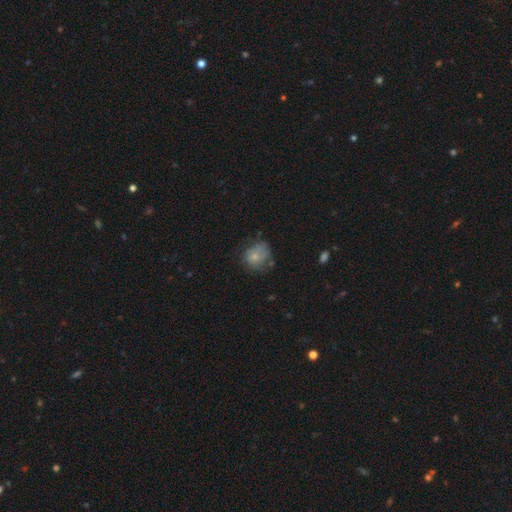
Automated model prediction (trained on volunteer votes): Smooth or featured? smooth (64%)
How rounded? round (66%)
Merging? none (44%)